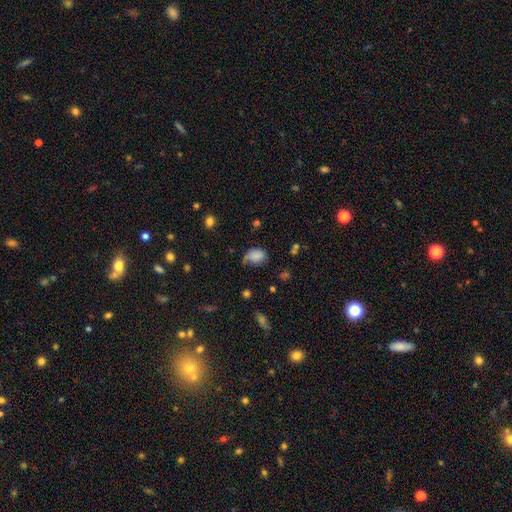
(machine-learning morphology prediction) smooth 76%, featured or disk 14%, star or artifact 9%. Down the decision tree: how rounded — in between (75%); merging — none (39%).